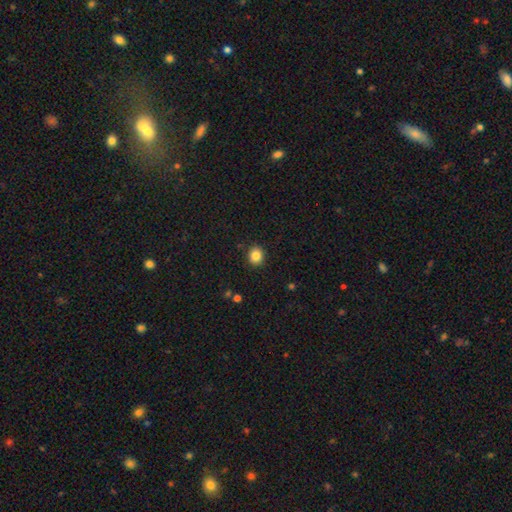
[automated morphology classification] Smooth or featured? smooth (85%)
How rounded? round (78%)
Merging? none (90%)